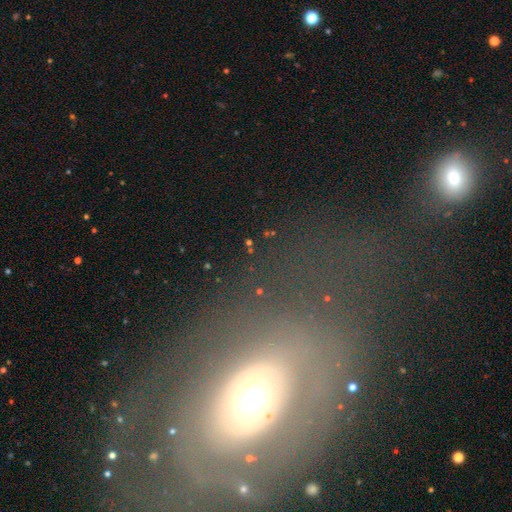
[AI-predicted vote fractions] The model was most divided on "smooth or featured": featured or disk: 57%, smooth: 29%, star or artifact: 15%. More confident: edge-on disk — no (91%); bar — no (86%); spiral arms — no (71%); merging — none (68%); bulge size — moderate (56%).